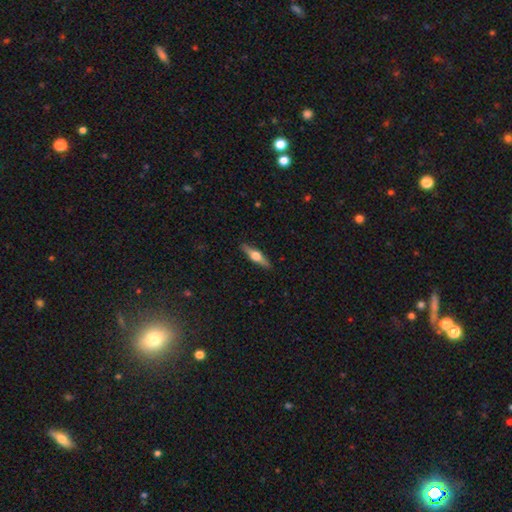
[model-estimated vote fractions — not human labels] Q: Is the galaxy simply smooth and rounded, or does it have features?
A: featured or disk — 63%.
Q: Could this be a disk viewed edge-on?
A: yes — 96%.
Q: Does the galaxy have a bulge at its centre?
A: rounded — 95%.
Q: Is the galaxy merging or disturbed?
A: none — 90%.